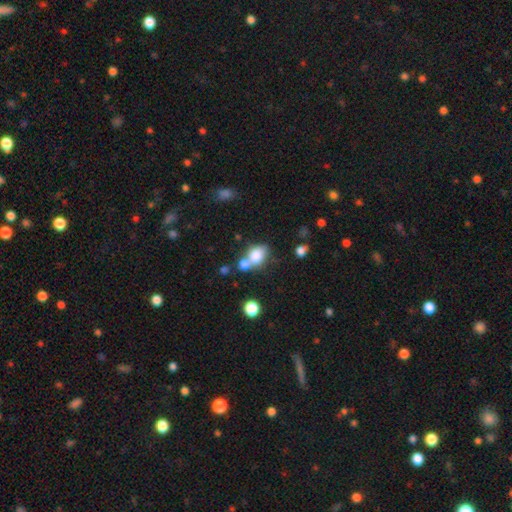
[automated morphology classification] Overall: smooth (78%). How rounded: in between (56%; round 43%). Merging: merger (51%; none 33%).